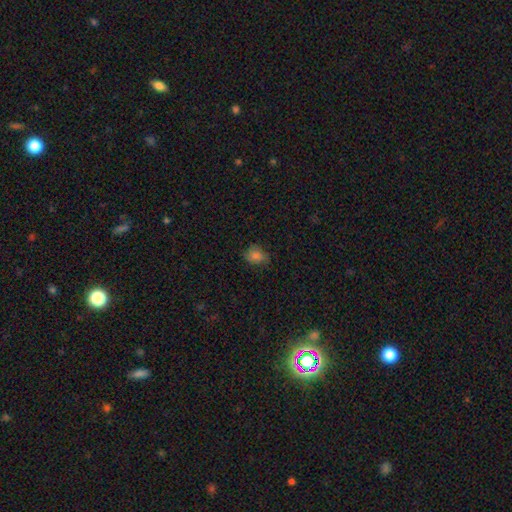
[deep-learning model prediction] smooth-or-featured: smooth: 80% | star or artifact: 13% | featured or disk: 8%
  how-rounded: in between: 56% | round: 43% | cigar-shaped: 1%
  merging: none: 72% | minor disturbance: 22% | major disturbance: 5% | merger: 1%